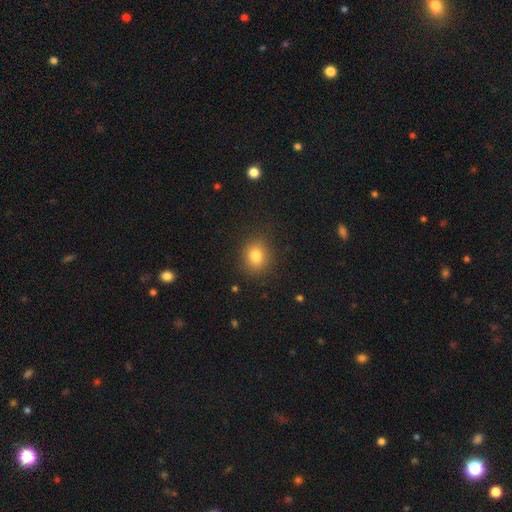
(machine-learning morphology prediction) The model was most divided on "how rounded": round: 70%, in between: 29%, cigar-shaped: 1%. More confident: merging — none (86%); smooth or featured — smooth (81%).